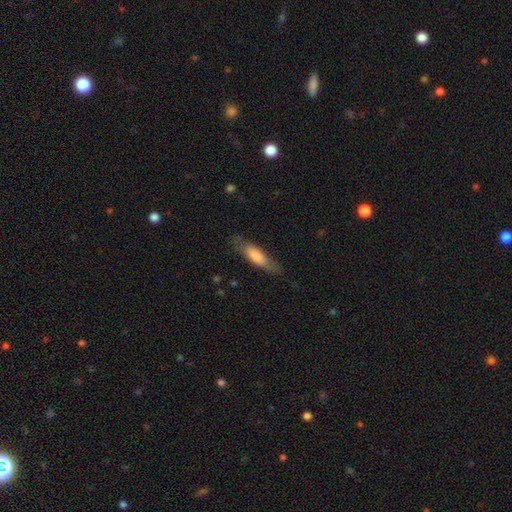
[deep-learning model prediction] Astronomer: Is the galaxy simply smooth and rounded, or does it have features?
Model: smooth — 68%.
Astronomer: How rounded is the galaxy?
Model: cigar-shaped — 58% (runner-up: in between, 41%).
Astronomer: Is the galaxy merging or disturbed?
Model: none — 73%.